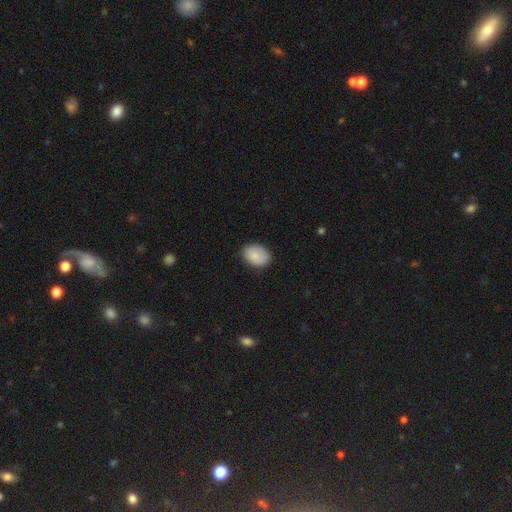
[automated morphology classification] smooth-or-featured: smooth: 83% | featured or disk: 10% | star or artifact: 7%
  how-rounded: in between: 75% | round: 24% | cigar-shaped: 1%
  merging: none: 83% | minor disturbance: 14% | major disturbance: 3% | merger: 1%